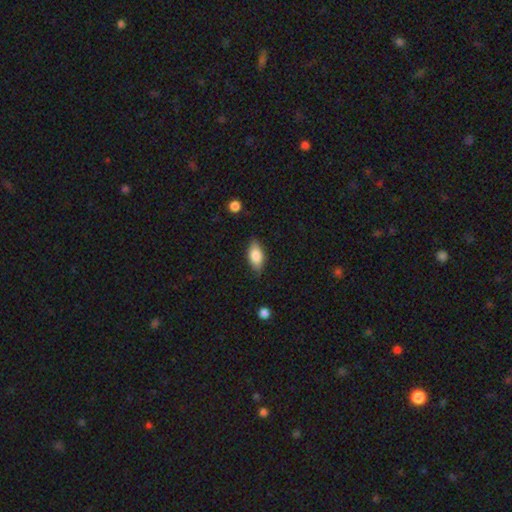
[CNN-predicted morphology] smooth_or_featured: smooth (p=0.79) [alt: featured or disk p=0.14]
how_rounded: in between (p=0.88) [alt: cigar-shaped p=0.09]
merging: none (p=0.80) [alt: minor disturbance p=0.15]